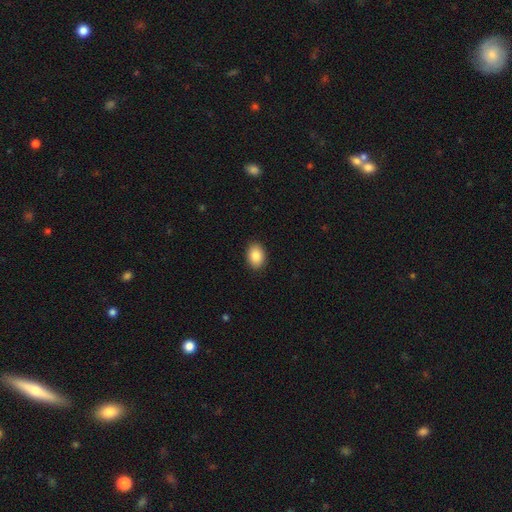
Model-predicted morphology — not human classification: smooth-or-featured: smooth: 87% | star or artifact: 7% | featured or disk: 5%
  how-rounded: in between: 79% | round: 20% | cigar-shaped: 1%
  merging: none: 90% | minor disturbance: 7% | major disturbance: 2% | merger: 1%